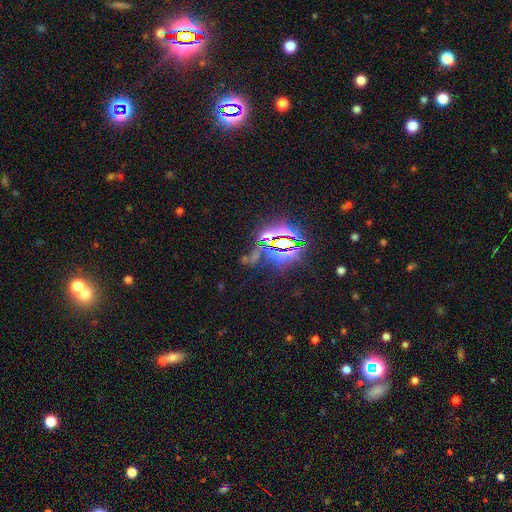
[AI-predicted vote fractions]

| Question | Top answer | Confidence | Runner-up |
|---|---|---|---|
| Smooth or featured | star or artifact | 81% | smooth (10%) |